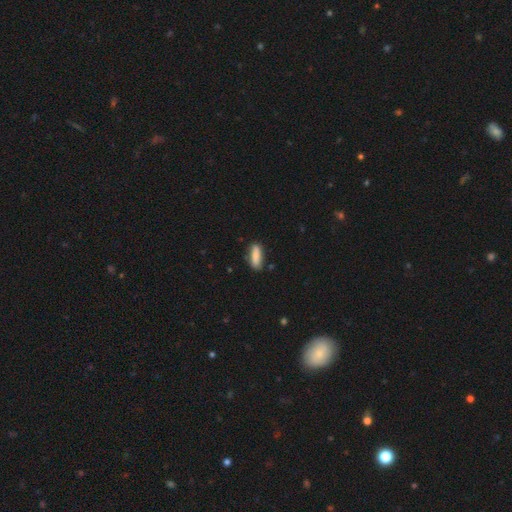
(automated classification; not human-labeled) This appears to be a smooth galaxy with no disk features (85%) that is in between round and cigar-shaped (50%). Merging: none (80%).